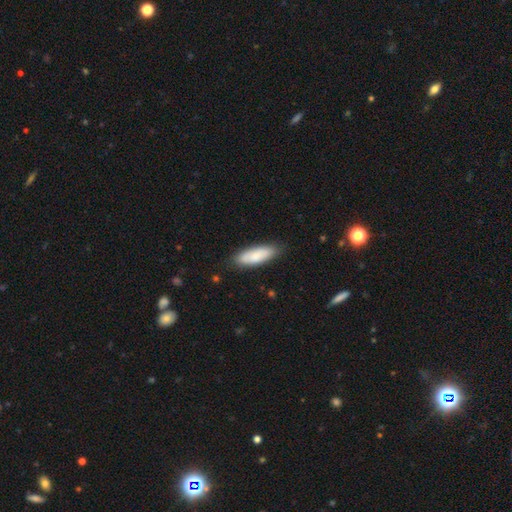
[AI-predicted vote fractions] Overall: smooth (83%). How rounded: in between (58%; cigar-shaped 40%). Merging: none (82%).